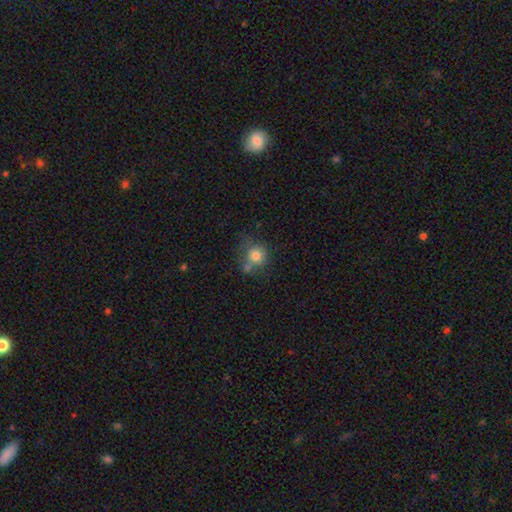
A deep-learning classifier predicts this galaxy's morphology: smooth_or_featured: smooth (p=0.79) [alt: star or artifact p=0.10]
how_rounded: round (p=0.86) [alt: in between p=0.13]
merging: none (p=0.55) [alt: merger p=0.23]